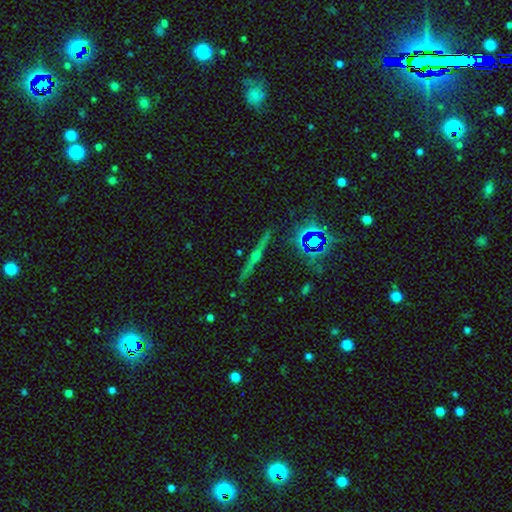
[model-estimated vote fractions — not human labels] Smooth or featured? Predicted: featured or disk (p=0.67). Edge-on disk? Predicted: yes (p=0.96). Edge-on bulge? Predicted: rounded (p=0.89). Merging? Predicted: none (p=0.90).